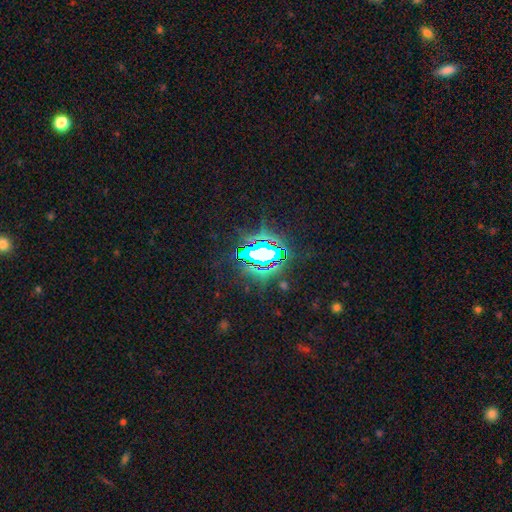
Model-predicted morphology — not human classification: Smooth or featured?
  - star or artifact: 80% *
  - smooth: 12%
  - featured or disk: 8%